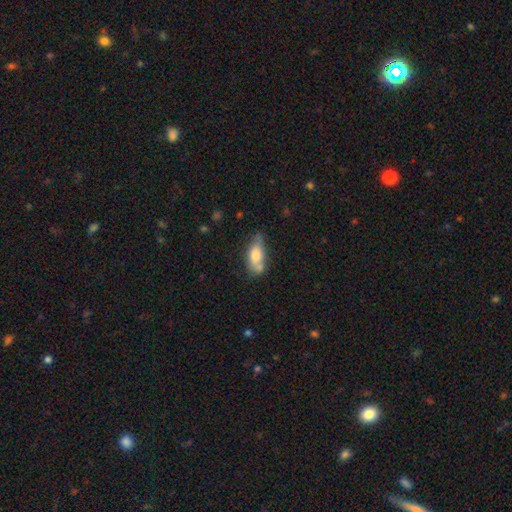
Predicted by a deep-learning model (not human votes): Q: Smooth or featured?
A: smooth (70%); runner-up: featured or disk (22%)
Q: How rounded?
A: in between (79%); runner-up: cigar-shaped (17%)
Q: Merging?
A: none (42%); runner-up: minor disturbance (30%)